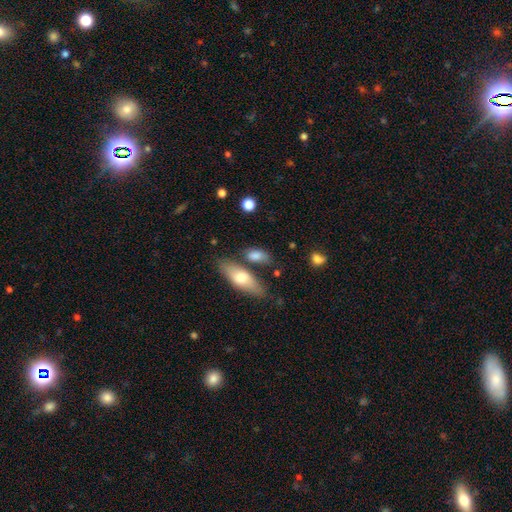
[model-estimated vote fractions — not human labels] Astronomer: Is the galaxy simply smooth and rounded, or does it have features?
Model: smooth — 77%.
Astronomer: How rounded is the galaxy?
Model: in between — 78%.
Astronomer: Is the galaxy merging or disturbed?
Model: none — 59%.